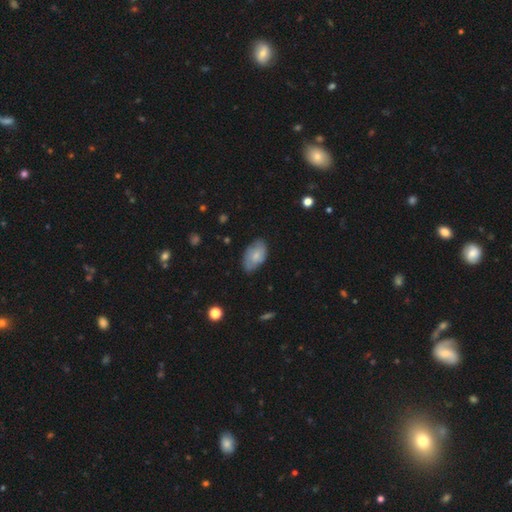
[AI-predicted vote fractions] smooth_or_featured: smooth (p=0.67) [alt: featured or disk p=0.27]
how_rounded: in between (p=0.93) [alt: round p=0.05]
merging: none (p=0.68) [alt: minor disturbance p=0.26]